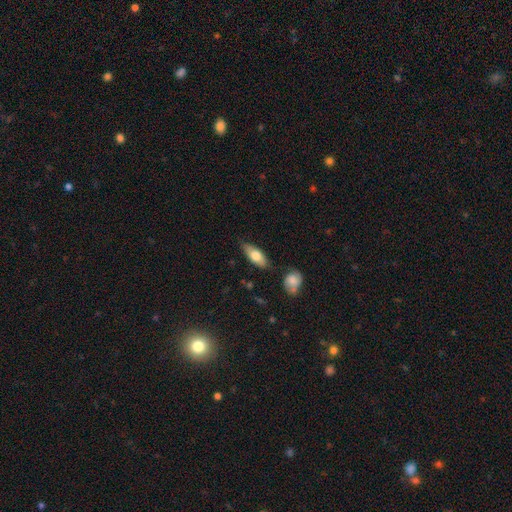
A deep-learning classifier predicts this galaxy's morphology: Smooth or featured? smooth (70%)
How rounded? in between (75%)
Merging? none (75%)